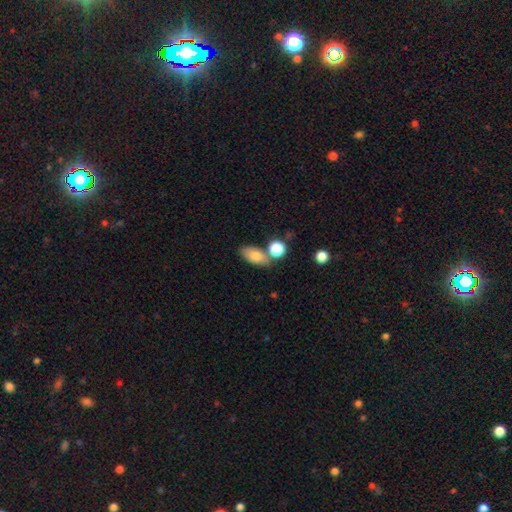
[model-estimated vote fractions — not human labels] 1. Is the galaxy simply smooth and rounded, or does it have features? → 80% smooth, 12% featured or disk, 8% star or artifact.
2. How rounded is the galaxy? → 85% in between, 10% round, 5% cigar-shaped.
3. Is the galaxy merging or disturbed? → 62% none, 19% merger, 14% minor disturbance, 4% major disturbance.